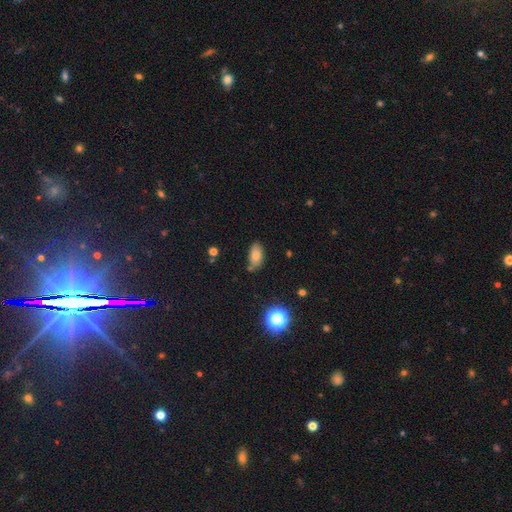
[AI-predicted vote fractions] Q: Smooth or featured?
A: smooth (77%); runner-up: star or artifact (12%)
Q: How rounded?
A: in between (91%); runner-up: round (5%)
Q: Merging?
A: none (71%); runner-up: minor disturbance (20%)